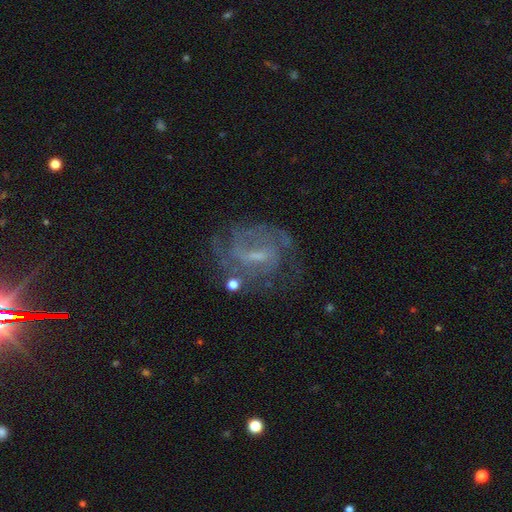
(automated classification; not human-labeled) Overall: featured or disk (78%). Edge-on disk: no (96%). Bar: weak (54%; strong 27%). Spiral arms: yes (88%). Spiral arm count: 2 (40%; can't tell 32%). Spiral winding: medium (43%; tight 41%). Bulge size: small (55%; moderate 25%). Merging: none (64%).